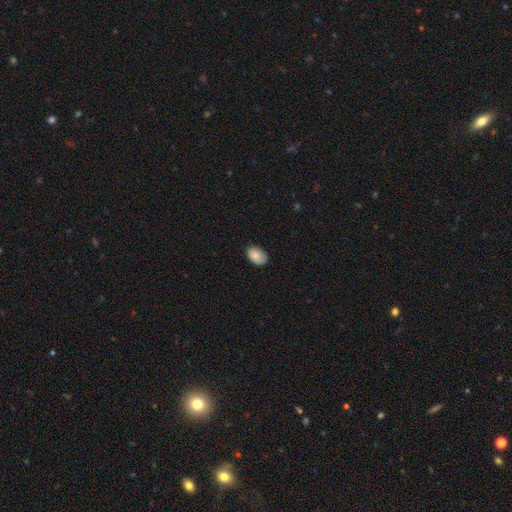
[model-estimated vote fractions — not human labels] smooth-or-featured: smooth: 85% | featured or disk: 8% | star or artifact: 7%
  how-rounded: in between: 88% | round: 11% | cigar-shaped: 1%
  merging: none: 82% | minor disturbance: 15% | major disturbance: 2% | merger: 1%